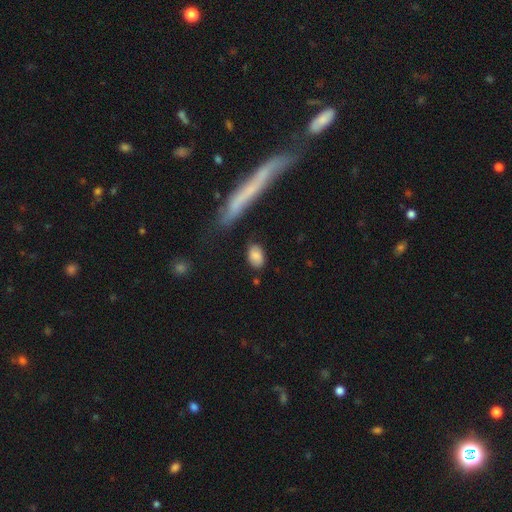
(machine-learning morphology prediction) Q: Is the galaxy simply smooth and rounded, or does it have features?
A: smooth — 83%.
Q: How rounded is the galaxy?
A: in between — 89%.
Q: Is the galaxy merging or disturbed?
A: none — 79%.